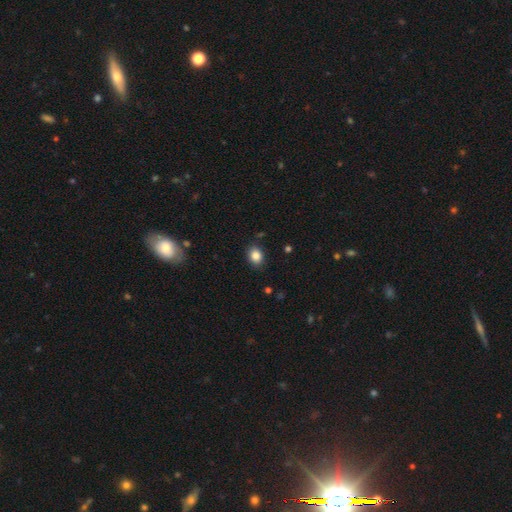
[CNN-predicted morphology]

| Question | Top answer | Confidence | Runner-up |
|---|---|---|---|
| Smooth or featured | smooth | 85% | star or artifact (10%) |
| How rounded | in between | 54% | round (45%) |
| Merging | none | 86% | minor disturbance (10%) |